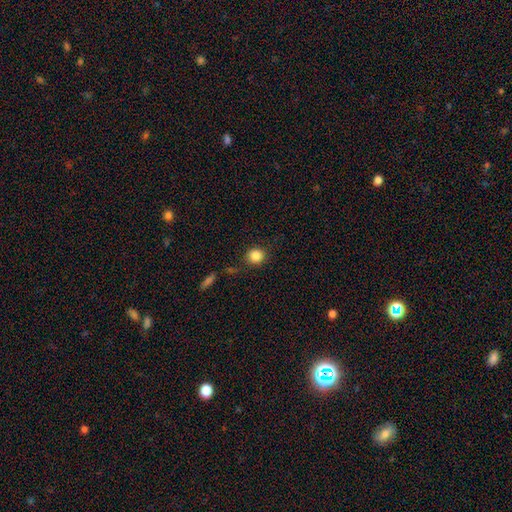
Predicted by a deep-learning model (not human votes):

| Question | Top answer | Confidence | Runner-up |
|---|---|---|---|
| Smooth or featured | smooth | 86% | star or artifact (10%) |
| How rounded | round | 86% | in between (13%) |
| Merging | none | 83% | minor disturbance (10%) |